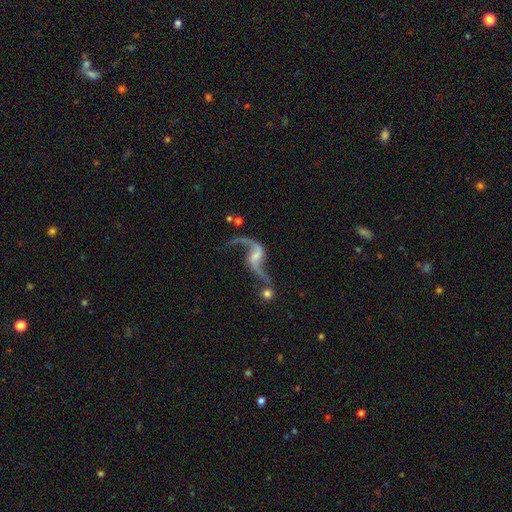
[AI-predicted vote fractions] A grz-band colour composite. It shows a featured or disk galaxy (89%) with a weak bar (44%), 2 (92%) loose (91%) spiral arms (95%) and a small central bulge (45%). Merging: none (52%).